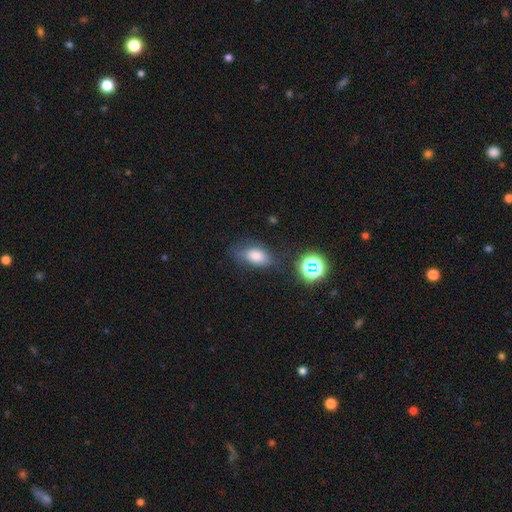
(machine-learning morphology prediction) Smooth or featured: smooth — 75% (star or artifact — 14%)
How rounded: in between — 84% (round — 13%)
Merging: none — 63% (minor disturbance — 24%)